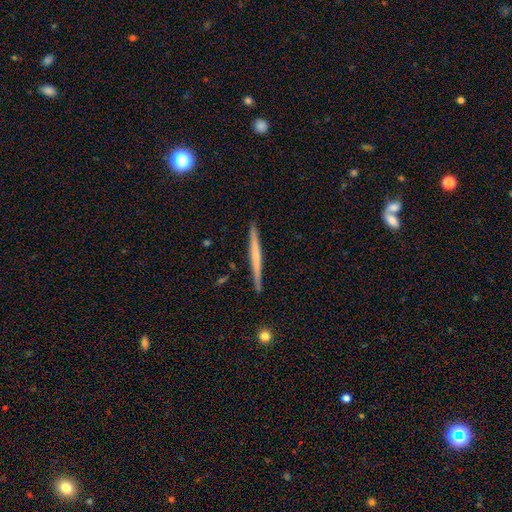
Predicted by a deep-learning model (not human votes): Smooth or featured?
  - featured or disk: 49% *
  - smooth: 45%
  - star or artifact: 5%
Merging?
  - none: 91% *
  - minor disturbance: 6%
  - major disturbance: 1%
  - merger: 1%